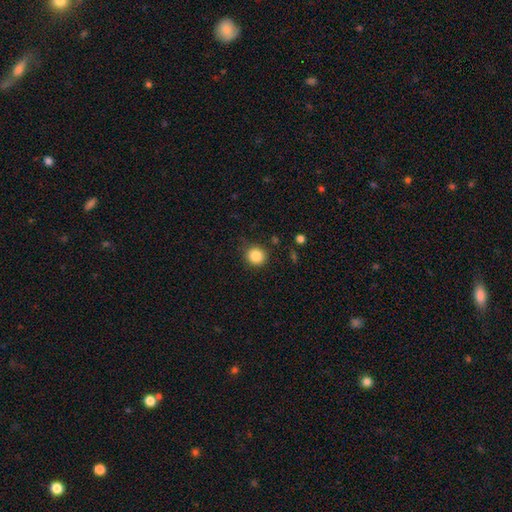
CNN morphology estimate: This is clearly a smooth galaxy (85%). How rounded: clearly round (90%). Merging: clearly none (86%).